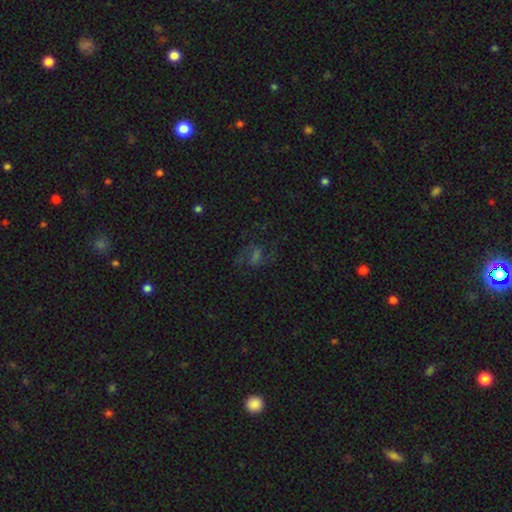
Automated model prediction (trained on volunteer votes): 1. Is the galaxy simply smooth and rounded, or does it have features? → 47% featured or disk, 28% star or artifact, 25% smooth.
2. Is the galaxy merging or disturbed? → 63% none, 19% major disturbance, 16% minor disturbance, 2% merger.